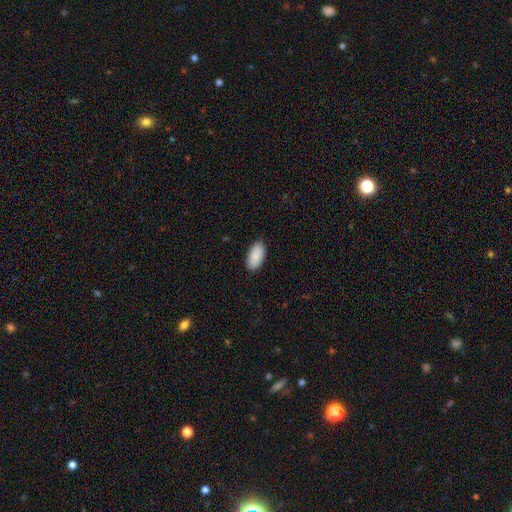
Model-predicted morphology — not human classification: type=smooth (88%); roundness=in between (94%); merging=none (88%).